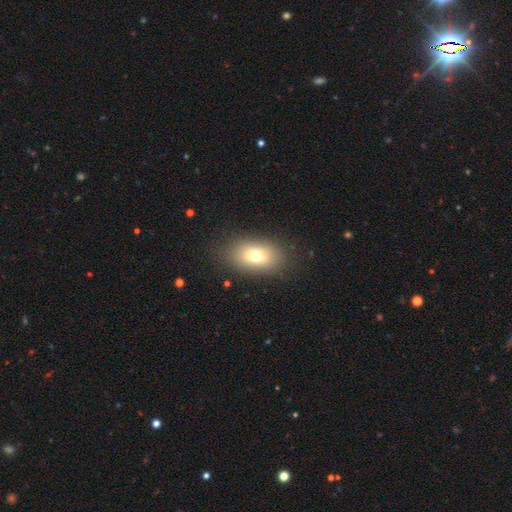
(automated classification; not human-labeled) The model was most divided on "smooth or featured": smooth: 74%, featured or disk: 15%, star or artifact: 12%. More confident: merging — none (83%); how rounded — in between (82%).